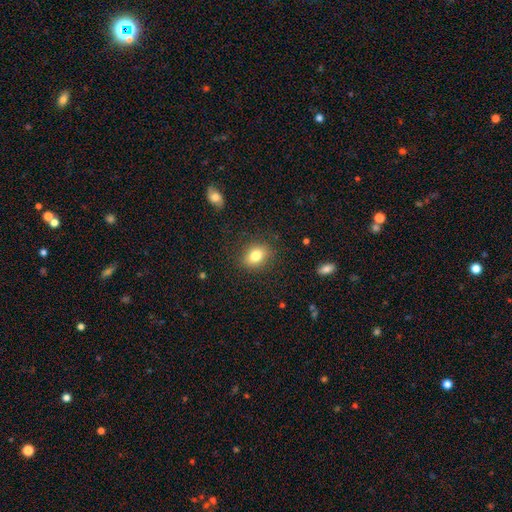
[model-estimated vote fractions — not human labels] Smooth or featured? Predicted: smooth (p=0.81). How rounded? Predicted: in between (p=0.56). Merging? Predicted: none (p=0.86).